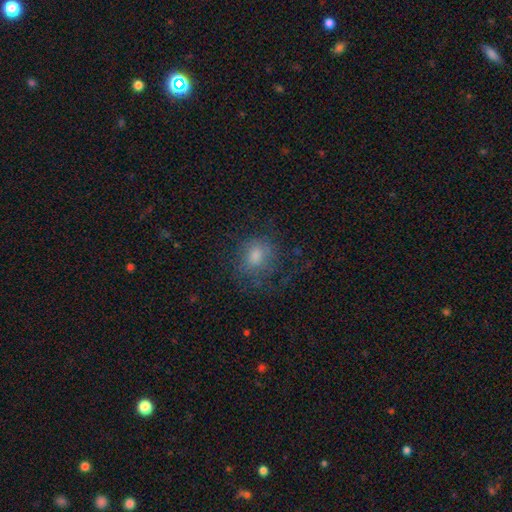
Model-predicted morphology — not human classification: type=smooth (65%); roundness=round (65%); merging=none (60%).